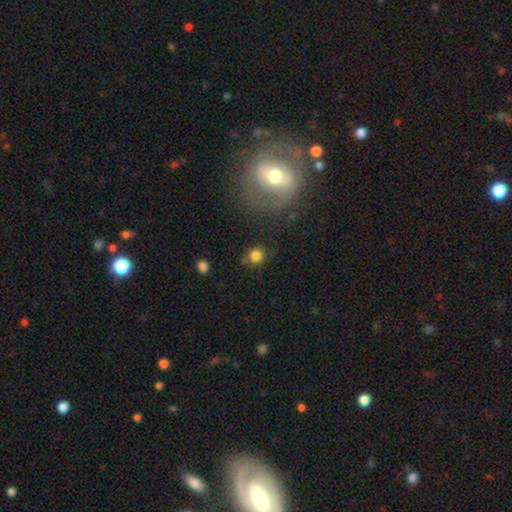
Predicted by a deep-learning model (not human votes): Overall: smooth (81%). How rounded: round (87%). Merging: none (74%).